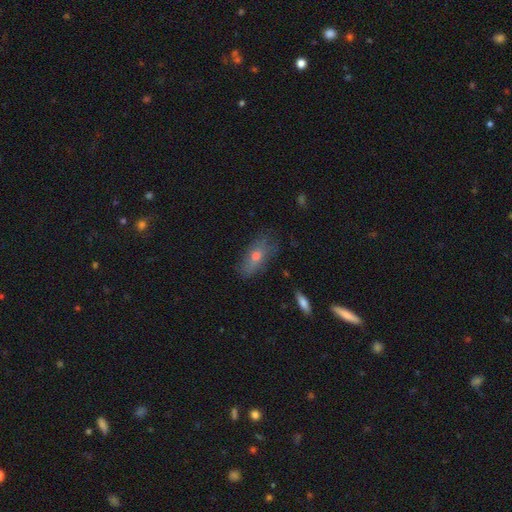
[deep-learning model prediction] smooth 53%, featured or disk 37%, star or artifact 11%. Down the decision tree: how rounded — in between (68%); merging — none (72%).